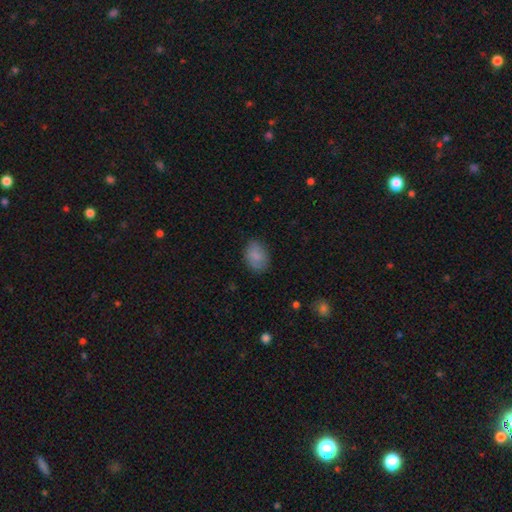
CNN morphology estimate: smooth 85%, star or artifact 8%, featured or disk 7%. Down the decision tree: how rounded — in between (73%); merging — none (82%).